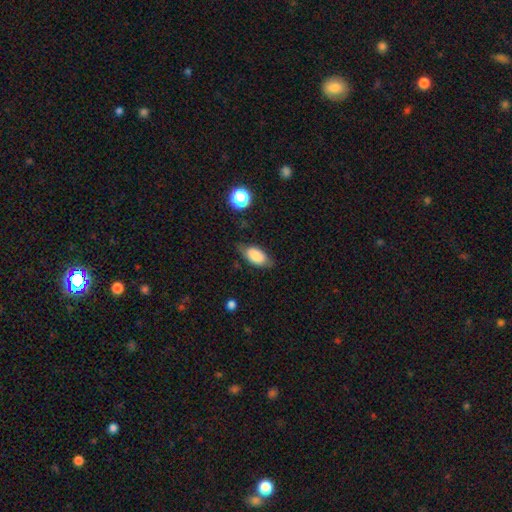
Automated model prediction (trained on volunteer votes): A smooth galaxy with no disk features (78%) that is in between round and cigar-shaped (90%).

Vote fractions:
- Smooth or featured? smooth: 78% / featured or disk: 14% / star or artifact: 8%
- How rounded? in between: 90% / cigar-shaped: 5% / round: 5%
- Merging? none: 65% / minor disturbance: 25% / major disturbance: 8% / merger: 2%